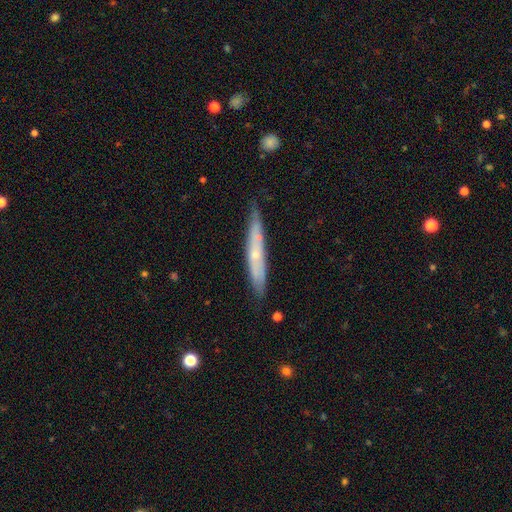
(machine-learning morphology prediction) Overall: featured or disk (55%; smooth 39%). Edge-on disk: yes (77%). Merging: none (78%).